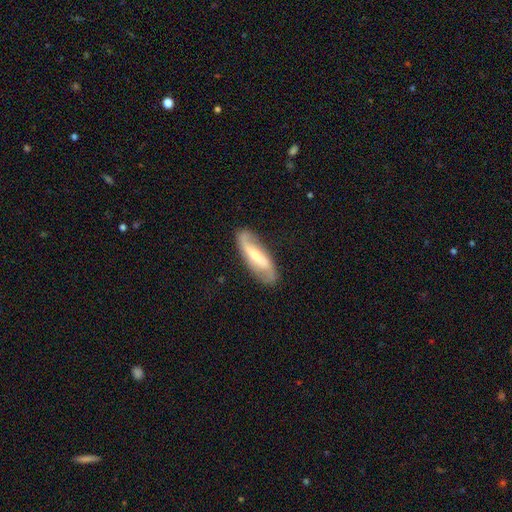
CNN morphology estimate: The model was most divided on "bulge size": small: 39%, moderate: 37%, none: 13%, large: 9%, dominant: 2%. Remaining: spiral arms — yes (89%); edge-on disk — no (84%); merging — none (77%); smooth or featured — featured or disk (67%); bar — strong (47%).